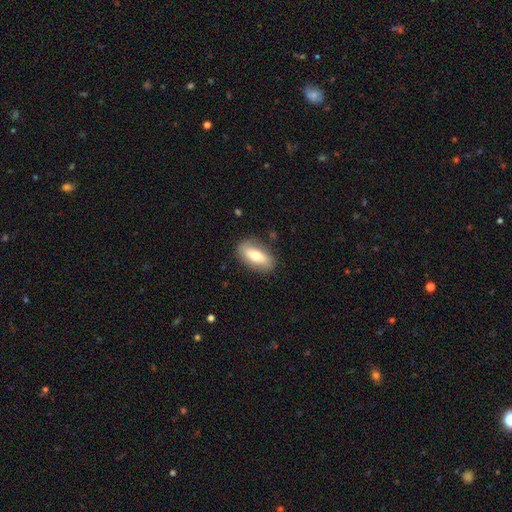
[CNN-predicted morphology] Smooth or featured? Predicted: smooth (p=0.64). How rounded? Predicted: in between (p=0.85). Merging? Predicted: none (p=0.83).